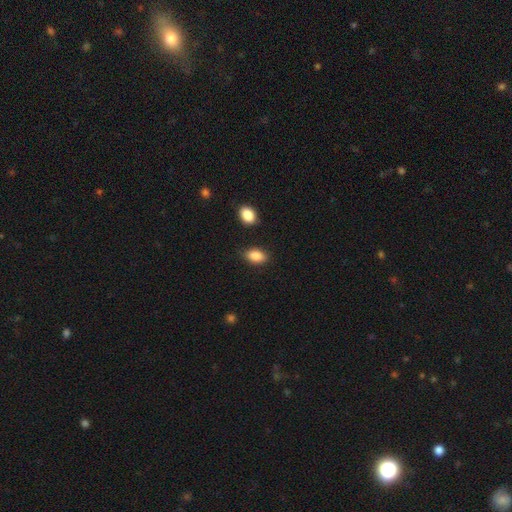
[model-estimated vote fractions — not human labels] Smooth or featured? smooth (87%)
How rounded? in between (89%)
Merging? none (83%)